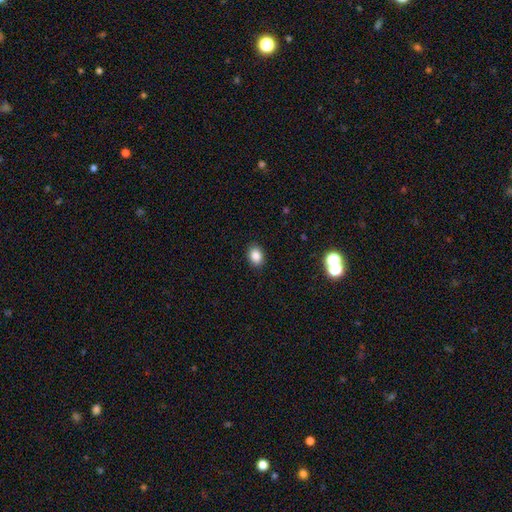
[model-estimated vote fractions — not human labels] smooth 86%, star or artifact 10%, featured or disk 4%. Down the decision tree: how rounded — in between (67%); merging — none (89%).